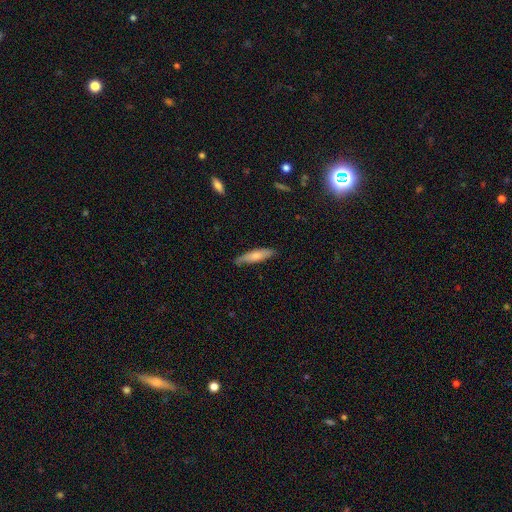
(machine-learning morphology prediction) Overall: smooth (66%; featured or disk 29%). How rounded: cigar-shaped (74%). Merging: none (75%).